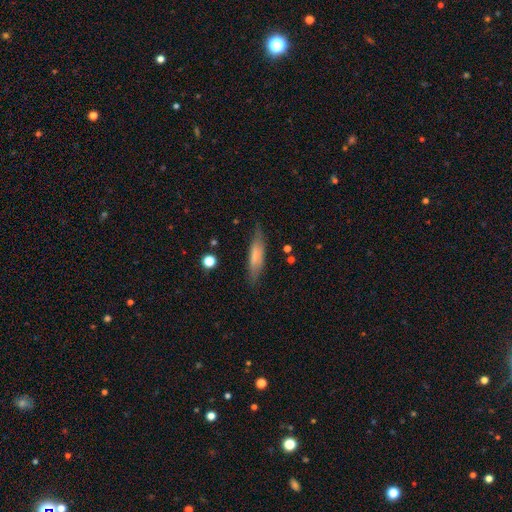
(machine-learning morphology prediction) smooth-or-featured: smooth: 62% | featured or disk: 31% | star or artifact: 7%
  how-rounded: cigar-shaped: 73% | in between: 25% | round: 2%
  merging: none: 77% | minor disturbance: 17% | major disturbance: 4% | merger: 2%